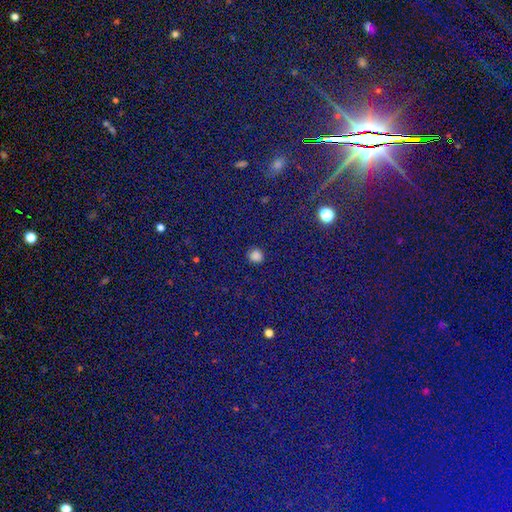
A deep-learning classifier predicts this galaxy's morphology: This appears to be a smooth galaxy with no disk features (80%) that is round (85%). Merging: none (88%).